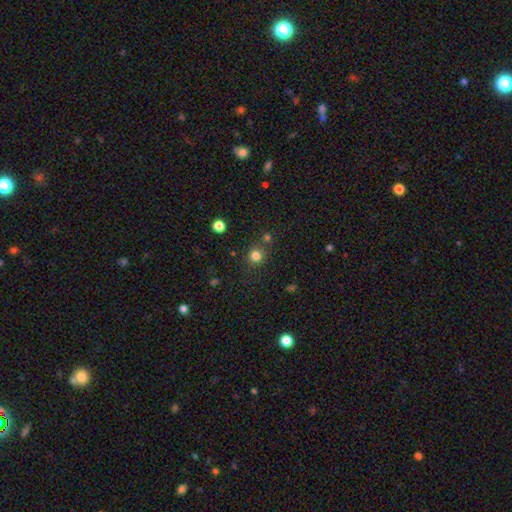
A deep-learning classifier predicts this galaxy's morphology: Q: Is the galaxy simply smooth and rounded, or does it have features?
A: smooth — 80%.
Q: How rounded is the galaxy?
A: round — 90%.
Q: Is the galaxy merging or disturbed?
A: none — 79%.